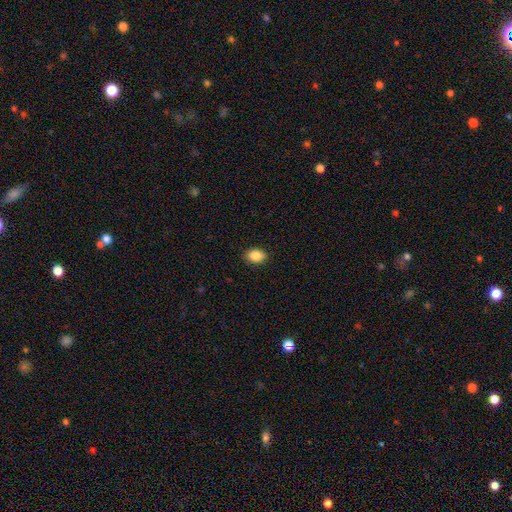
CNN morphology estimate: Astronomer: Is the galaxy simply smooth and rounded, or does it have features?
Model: smooth — 86%.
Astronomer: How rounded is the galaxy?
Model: in between — 73%.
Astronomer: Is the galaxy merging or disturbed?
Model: none — 90%.